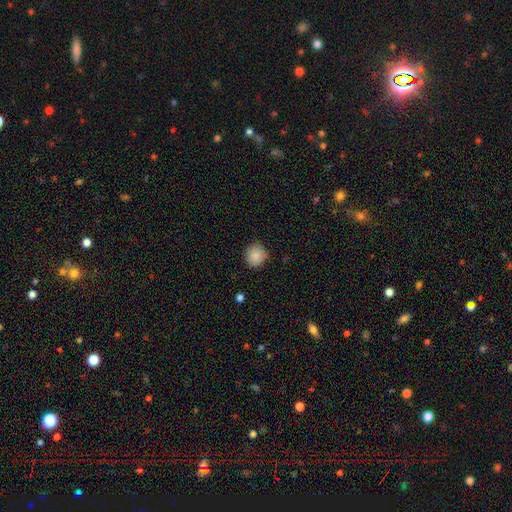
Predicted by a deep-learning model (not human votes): Smooth or featured? Predicted: smooth (p=0.86). How rounded? Predicted: round (p=0.86). Merging? Predicted: none (p=0.81).